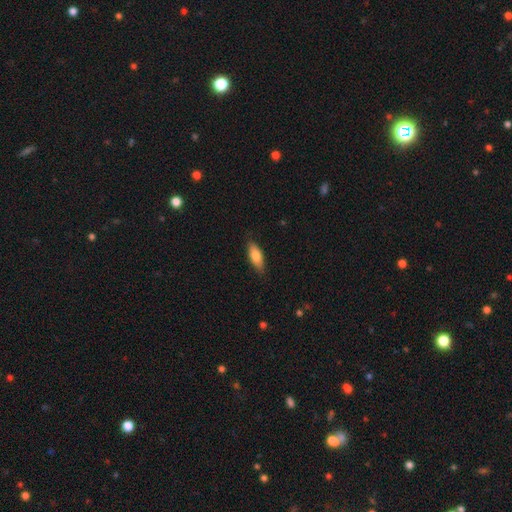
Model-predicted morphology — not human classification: A smooth galaxy with no disk features (77%) that is in between round and cigar-shaped (71%). Merging: none (83%).